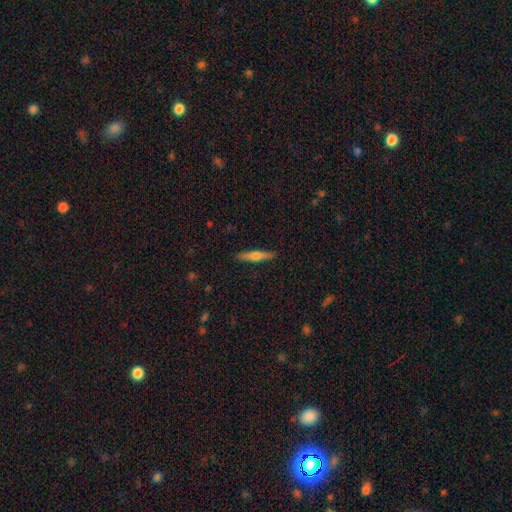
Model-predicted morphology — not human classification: Overall: featured or disk (54%; smooth 40%). Edge-on disk: yes (97%). Edge-on bulge: rounded (90%). Merging: none (91%).